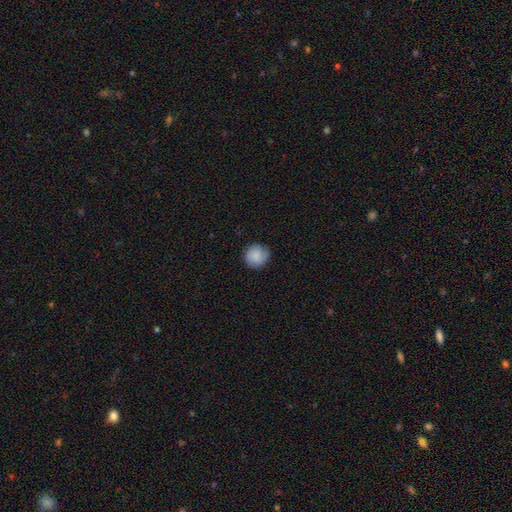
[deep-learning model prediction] Smooth or featured?
  - smooth: 86% *
  - featured or disk: 8%
  - star or artifact: 7%
How rounded?
  - round: 94% *
  - in between: 6%
  - cigar-shaped: 1%
Merging?
  - none: 81% *
  - minor disturbance: 15%
  - major disturbance: 3%
  - merger: 1%